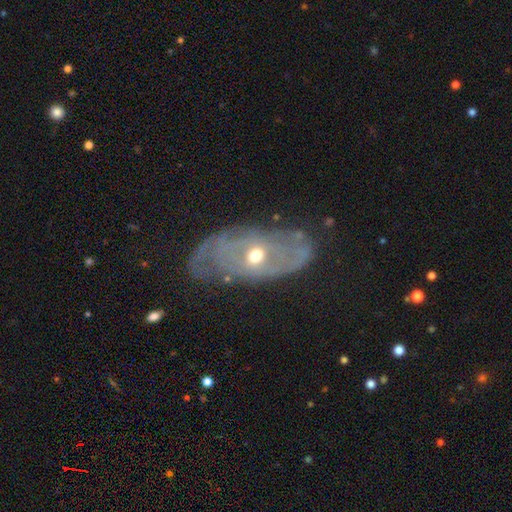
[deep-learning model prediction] The model was most divided on "spiral arms": yes: 56%, no: 44%. More confident: edge-on disk — no (88%); smooth or featured — featured or disk (74%); bar — no (66%); bulge size — moderate (65%); merging — none (61%).